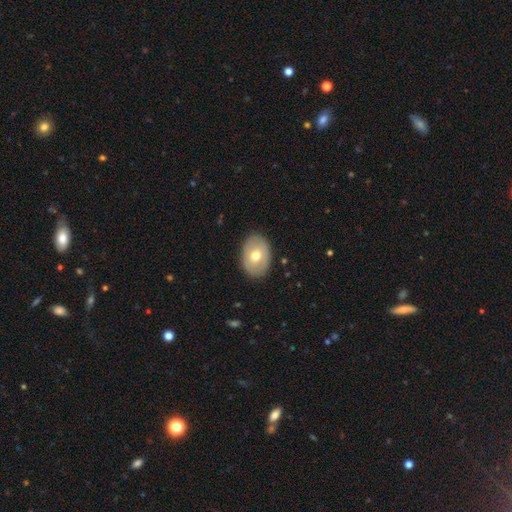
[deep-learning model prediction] This is likely a smooth galaxy (62%). How rounded: likely in between (76%). Merging: clearly none (86%).